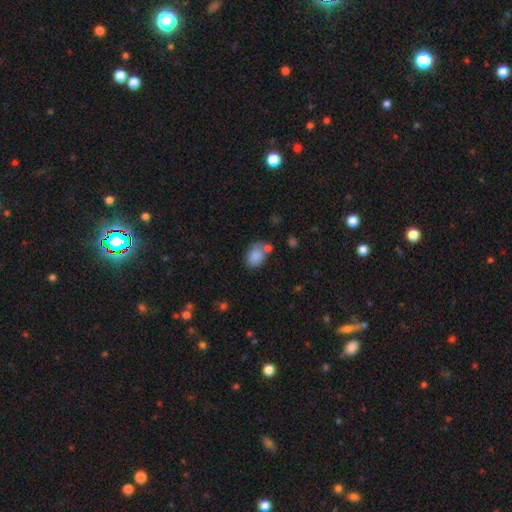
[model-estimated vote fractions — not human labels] Smooth or featured: smooth — 84% (star or artifact — 9%)
How rounded: in between — 77% (round — 22%)
Merging: none — 53% (merger — 21%)